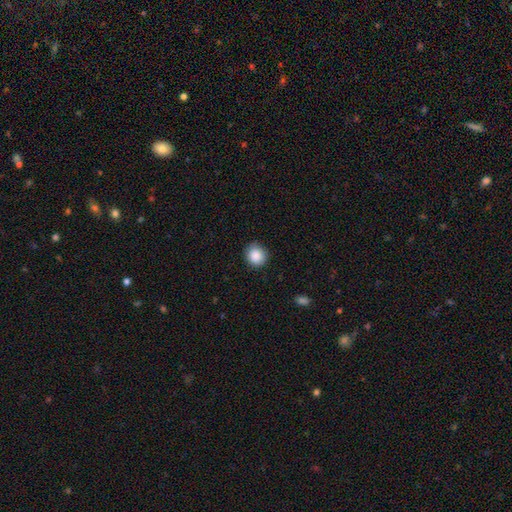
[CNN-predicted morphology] Overall: smooth (88%). How rounded: round (85%). Merging: none (86%).